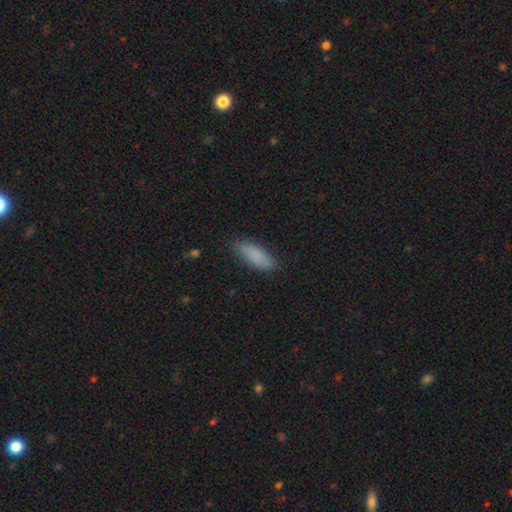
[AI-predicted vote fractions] The model was most divided on "how rounded": in between: 61%, cigar-shaped: 38%, round: 2%. More confident: smooth or featured — smooth (87%); merging — none (84%).